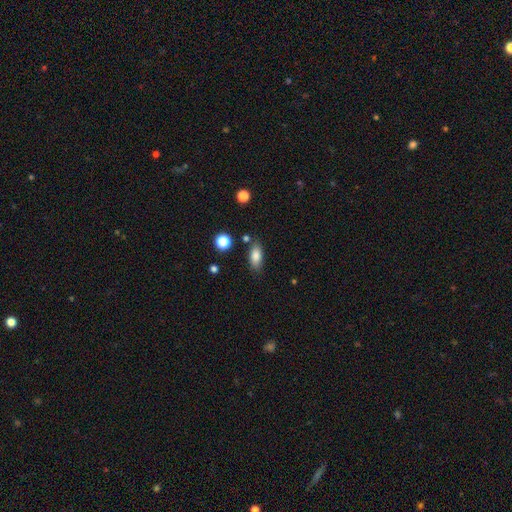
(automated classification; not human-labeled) A smooth galaxy with no disk features (82%) that is in between round and cigar-shaped (84%). Merging: none (79%).